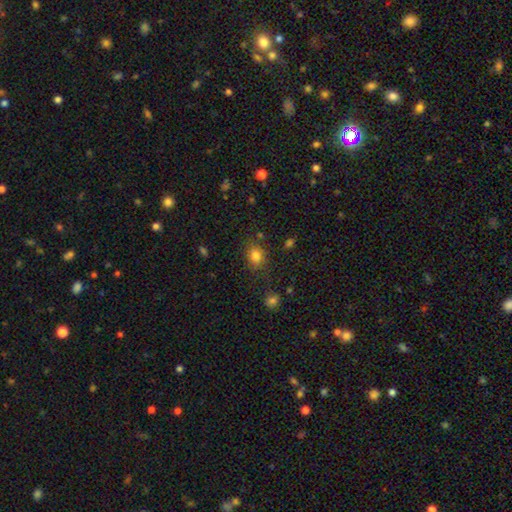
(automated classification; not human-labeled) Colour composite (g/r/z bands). It shows a smooth galaxy with no disk features (80%) that is in between round and cigar-shaped (55%). Merging: none (75%).